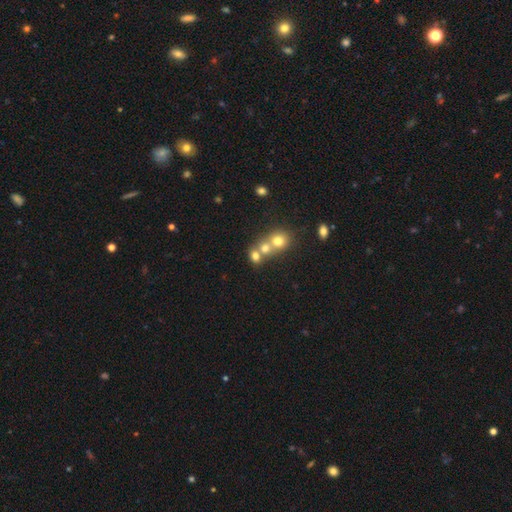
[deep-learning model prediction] A smooth galaxy with no disk features (69%) that is round (64%).

Vote fractions:
- Smooth or featured? smooth: 69% / featured or disk: 17% / star or artifact: 14%
- How rounded? round: 64% / in between: 35% / cigar-shaped: 1%
- Merging? merger: 57% / none: 33% / minor disturbance: 6% / major disturbance: 4%